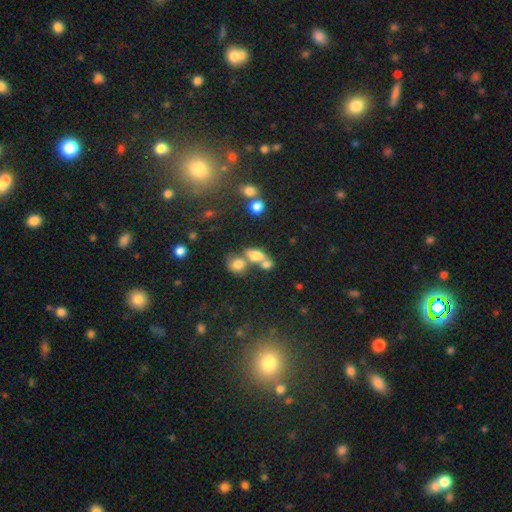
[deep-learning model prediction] Q: Smooth or featured?
A: smooth (68%); runner-up: featured or disk (17%)
Q: How rounded?
A: in between (63%); runner-up: round (30%)
Q: Merging?
A: merger (54%); runner-up: none (30%)